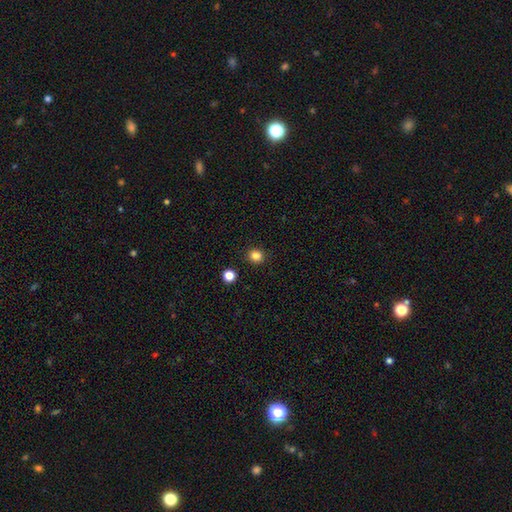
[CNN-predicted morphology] Smooth or featured? smooth (84%)
How rounded? round (88%)
Merging? none (91%)